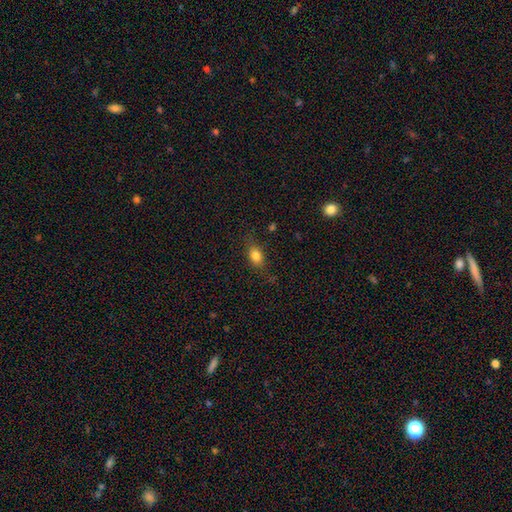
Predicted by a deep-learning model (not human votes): smooth_or_featured: smooth (p=0.81) [alt: star or artifact p=0.10]
how_rounded: in between (p=0.76) [alt: round p=0.19]
merging: none (p=0.77) [alt: minor disturbance p=0.16]